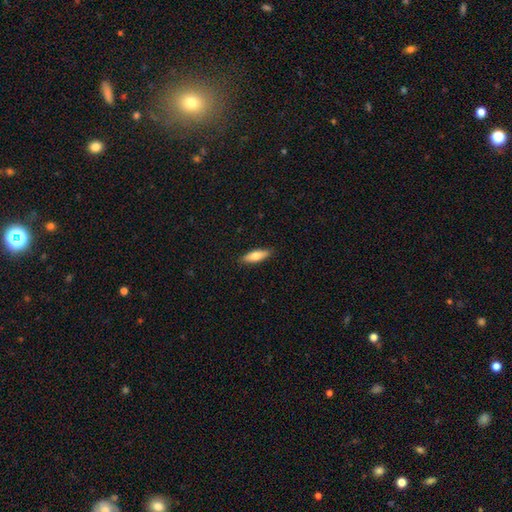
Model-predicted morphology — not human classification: A smooth galaxy with no disk features (71%) that is in between round and cigar-shaped (53%). Merging: none (89%).